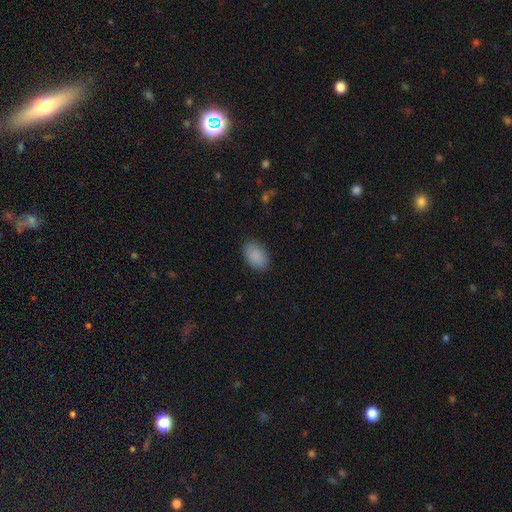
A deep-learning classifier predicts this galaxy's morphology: This is clearly a smooth galaxy (90%). How rounded: clearly in between (89%). Merging: clearly none (88%).